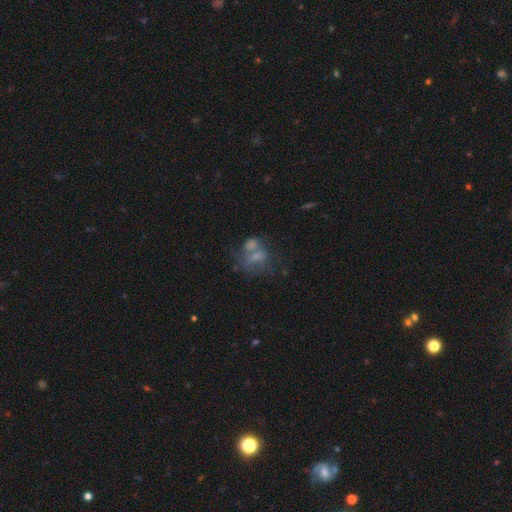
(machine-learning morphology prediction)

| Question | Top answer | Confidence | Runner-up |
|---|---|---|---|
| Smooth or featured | smooth | 51% | featured or disk (34%) |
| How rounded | in between | 62% | round (35%) |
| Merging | merger | 47% | none (24%) |